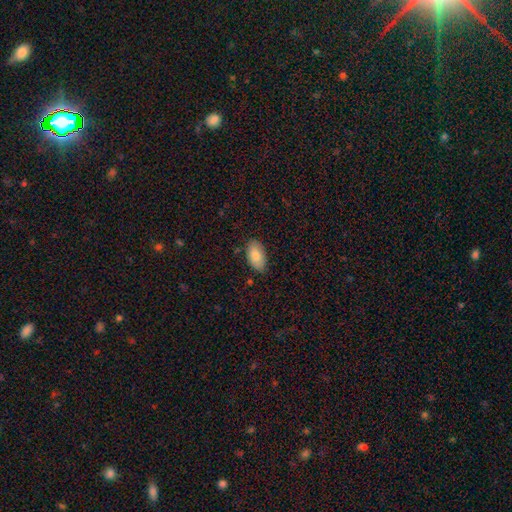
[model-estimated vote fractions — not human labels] This appears to be a smooth galaxy with no disk features (83%) that is in between round and cigar-shaped (95%). Merging: none (82%).